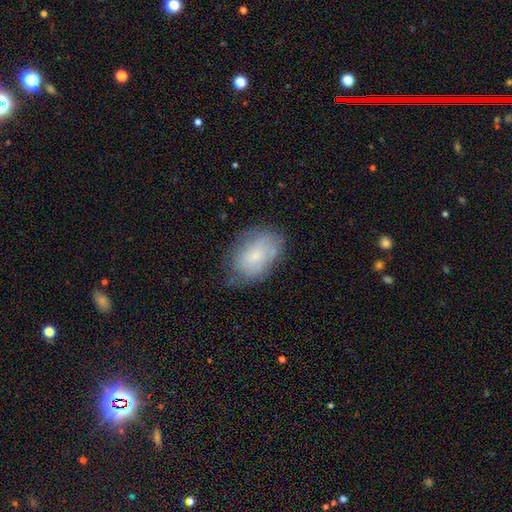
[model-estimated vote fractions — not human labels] This is possibly a smooth galaxy (57%). How rounded: clearly in between (85%). Merging: possibly none (60%).